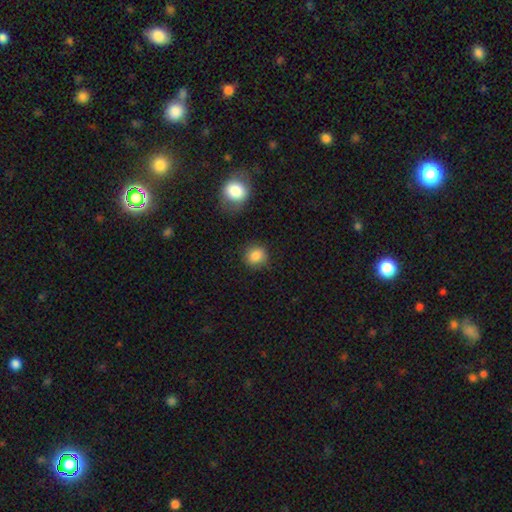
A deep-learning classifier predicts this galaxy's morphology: smooth 85%, star or artifact 10%, featured or disk 5%. Down the decision tree: how rounded — round (85%); merging — none (84%).